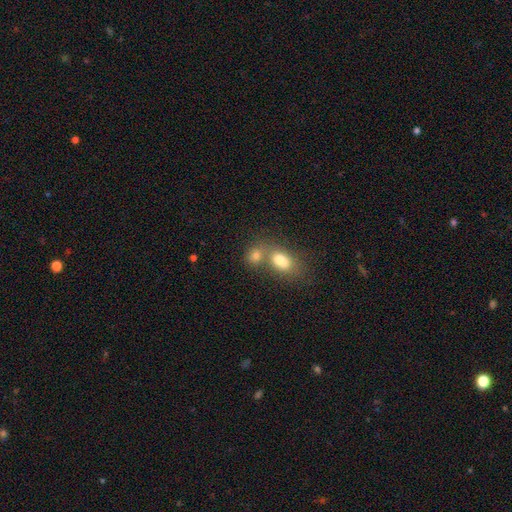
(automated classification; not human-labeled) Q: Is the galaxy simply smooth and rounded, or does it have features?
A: smooth — 77%.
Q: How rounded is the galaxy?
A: in between — 60%.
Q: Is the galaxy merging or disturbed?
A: merger — 53%.